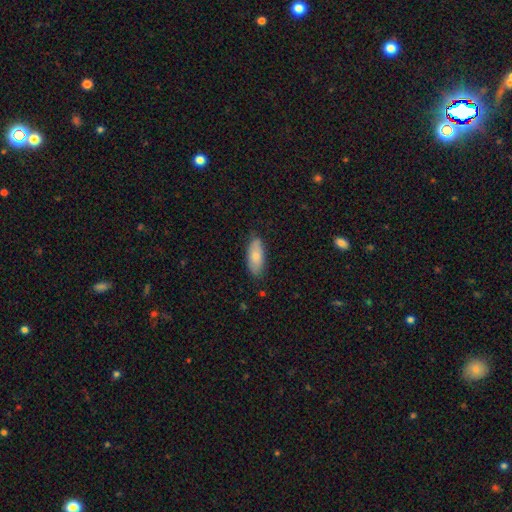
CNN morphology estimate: This is likely a smooth galaxy (78%). How rounded: clearly in between (82%). Merging: clearly none (81%).